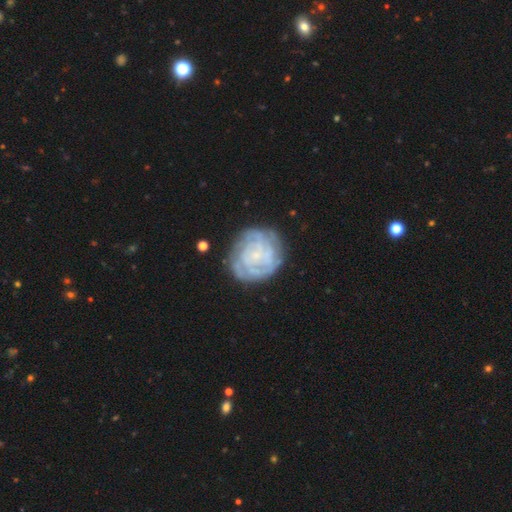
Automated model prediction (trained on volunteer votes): Smooth or featured: featured or disk — 79% (smooth — 14%)
Edge-on disk: no — 98% (yes — 2%)
Bar: no — 74% (weak — 20%)
Spiral arms: yes — 91% (no — 9%)
Spiral winding: tight — 77% (medium — 18%)
Spiral arm count: can't tell — 41% (3 — 16%)
Bulge size: small — 70% (none — 18%)
Merging: none — 75% (minor disturbance — 17%)